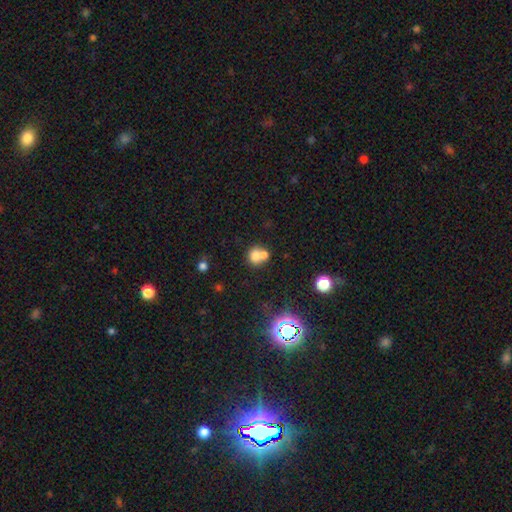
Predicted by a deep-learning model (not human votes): Smooth or featured? smooth (70%)
How rounded? round (77%)
Merging? merger (54%)